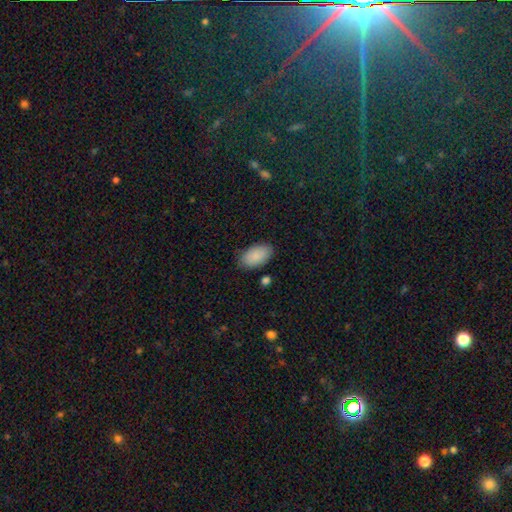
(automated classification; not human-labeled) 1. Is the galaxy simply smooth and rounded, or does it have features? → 89% smooth, 6% star or artifact, 5% featured or disk.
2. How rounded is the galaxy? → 95% in between, 3% round, 2% cigar-shaped.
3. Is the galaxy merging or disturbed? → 83% none, 12% minor disturbance, 3% major disturbance, 2% merger.